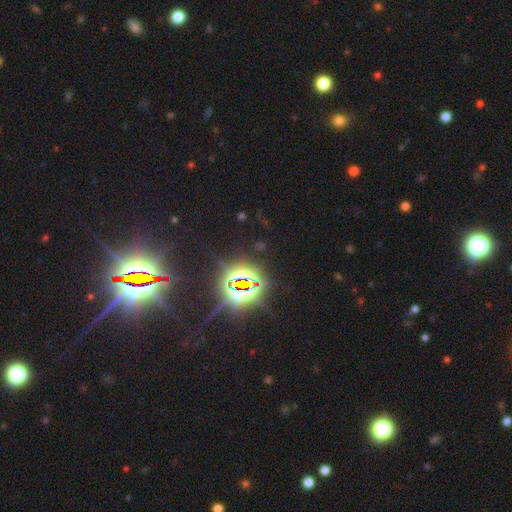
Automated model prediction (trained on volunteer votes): Overall: star or artifact (84%).